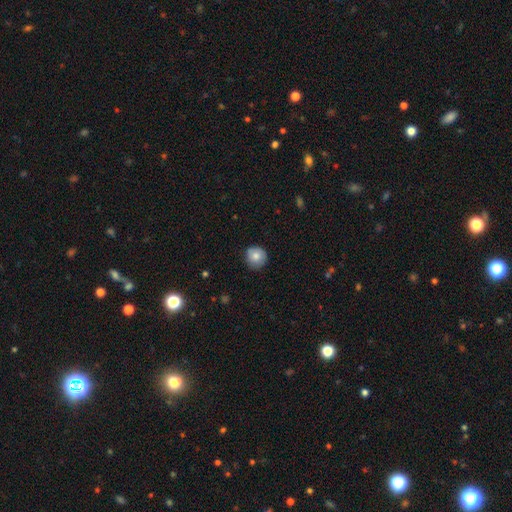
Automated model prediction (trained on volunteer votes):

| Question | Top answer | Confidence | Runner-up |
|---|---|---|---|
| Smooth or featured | smooth | 80% | featured or disk (11%) |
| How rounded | round | 93% | in between (6%) |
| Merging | none | 82% | minor disturbance (14%) |